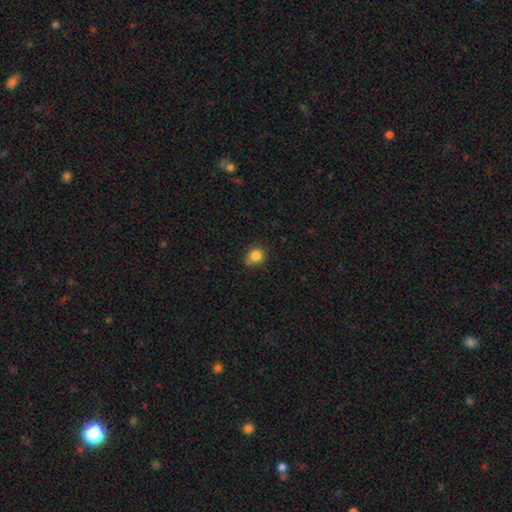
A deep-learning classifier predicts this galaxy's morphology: The model was most divided on "merging": none: 67%, minor disturbance: 22%, merger: 6%, major disturbance: 5%. More confident: smooth or featured — smooth (84%); how rounded — round (81%).